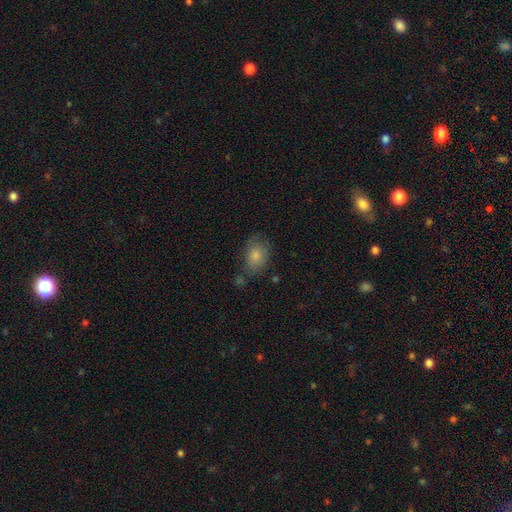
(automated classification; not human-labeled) A smooth galaxy with no disk features (81%) that is in between round and cigar-shaped (73%).

Vote fractions:
- Smooth or featured? smooth: 81% / featured or disk: 11% / star or artifact: 8%
- How rounded? in between: 73% / round: 26% / cigar-shaped: 1%
- Merging? none: 60% / minor disturbance: 24% / major disturbance: 9% / merger: 7%